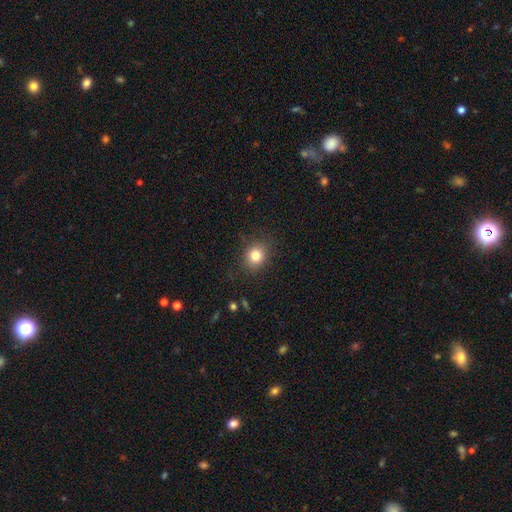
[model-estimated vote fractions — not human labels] Smooth or featured? smooth (80%)
How rounded? round (74%)
Merging? none (85%)